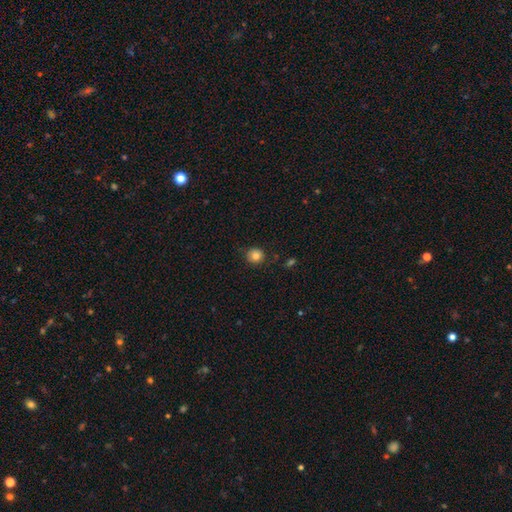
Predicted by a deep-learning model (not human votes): smooth_or_featured: smooth (p=0.81) [alt: star or artifact p=0.11]
how_rounded: round (p=0.88) [alt: in between p=0.11]
merging: none (p=0.83) [alt: minor disturbance p=0.12]